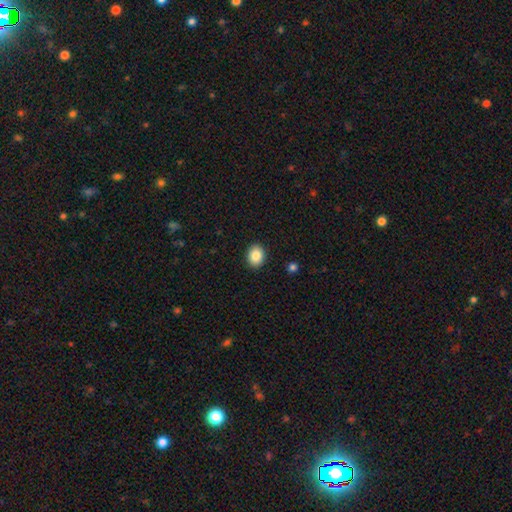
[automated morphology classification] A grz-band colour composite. It shows a smooth galaxy with no disk features (86%) that is round (50%). Merging: none (91%).